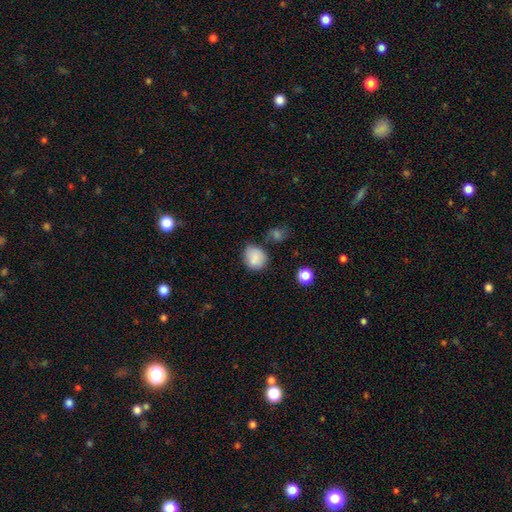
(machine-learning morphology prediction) Smooth or featured?
  - smooth: 83% *
  - star or artifact: 9%
  - featured or disk: 8%
How rounded?
  - round: 64% *
  - in between: 35%
  - cigar-shaped: 1%
Merging?
  - none: 64% *
  - minor disturbance: 24%
  - merger: 7%
  - major disturbance: 6%